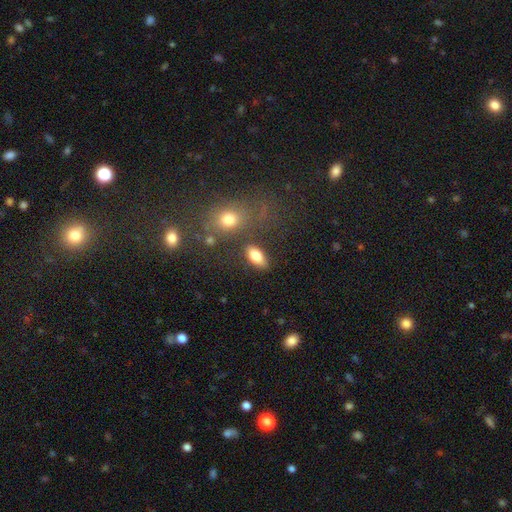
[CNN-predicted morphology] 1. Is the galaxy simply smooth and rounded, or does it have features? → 81% smooth, 11% featured or disk, 8% star or artifact.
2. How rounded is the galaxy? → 88% in between, 7% cigar-shaped, 5% round.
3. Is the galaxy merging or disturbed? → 80% none, 11% minor disturbance, 5% merger, 4% major disturbance.